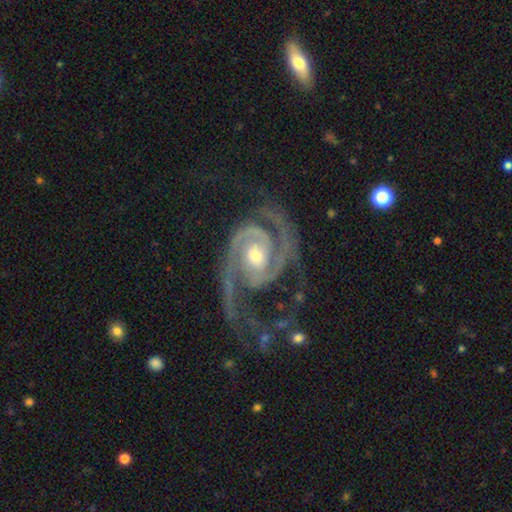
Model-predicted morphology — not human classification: Overall: featured or disk (93%). Edge-on disk: no (98%). Bar: no (66%). Spiral arms: yes (98%). Spiral arm count: 2 (81%). Spiral winding: tight (46%; medium 42%). Bulge size: moderate (61%; small 29%). Merging: none (57%; major disturbance 22%).